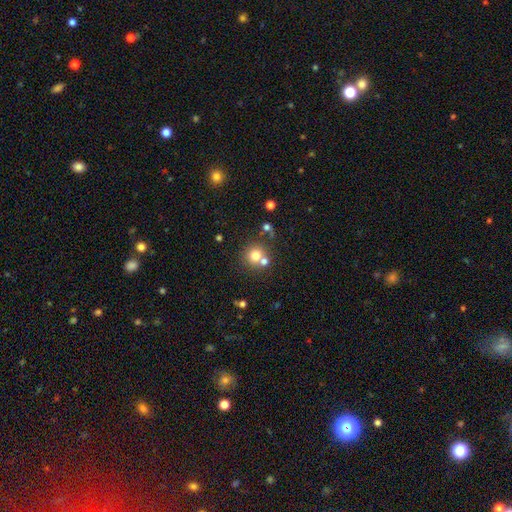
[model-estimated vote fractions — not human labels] Smooth or featured?
  - smooth: 74% *
  - star or artifact: 14%
  - featured or disk: 13%
How rounded?
  - round: 90% *
  - in between: 9%
  - cigar-shaped: 1%
Merging?
  - none: 59% *
  - merger: 29%
  - minor disturbance: 8%
  - major disturbance: 4%